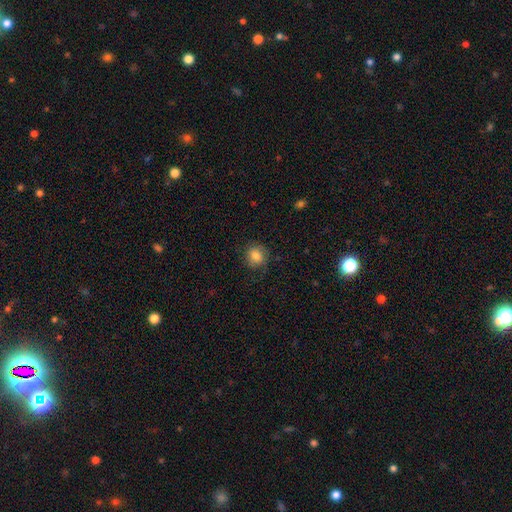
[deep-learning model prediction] A smooth galaxy with no disk features (83%) that is round (80%). Merging: none (82%).